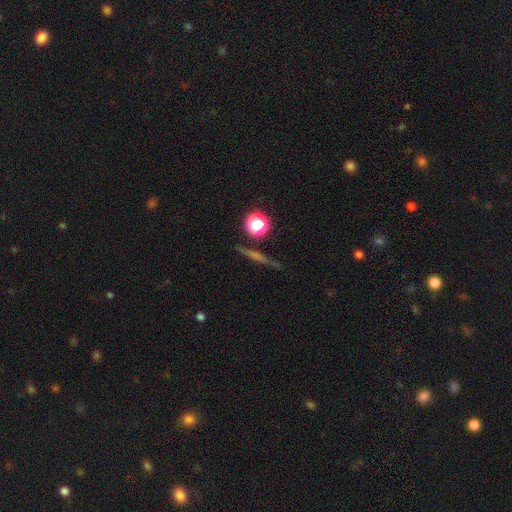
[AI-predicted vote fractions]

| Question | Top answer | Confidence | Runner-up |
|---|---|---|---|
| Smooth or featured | featured or disk | 55% | smooth (26%) |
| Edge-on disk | yes | 94% | no (6%) |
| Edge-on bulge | rounded | 50% | none (37%) |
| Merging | none | 88% | minor disturbance (7%) |